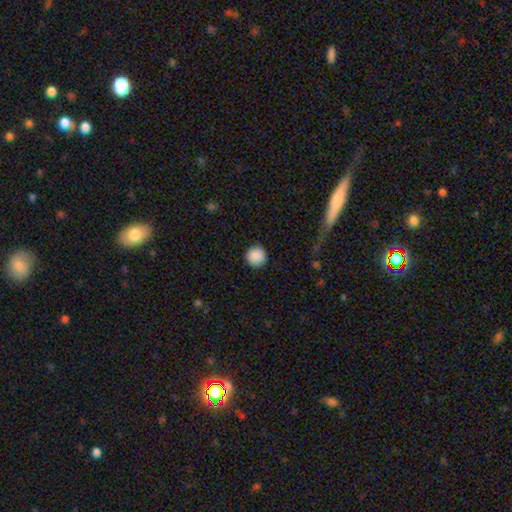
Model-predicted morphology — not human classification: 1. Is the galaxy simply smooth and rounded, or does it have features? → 89% smooth, 8% star or artifact, 3% featured or disk.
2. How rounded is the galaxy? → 96% round, 4% in between, 1% cigar-shaped.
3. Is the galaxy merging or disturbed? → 91% none, 6% minor disturbance, 2% major disturbance, 1% merger.